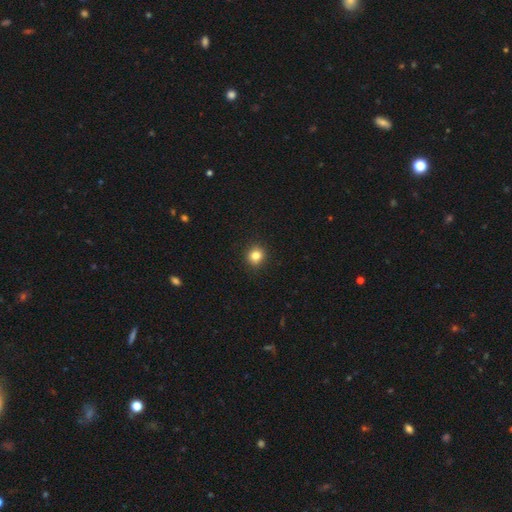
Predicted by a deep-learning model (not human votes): Morphology: type=smooth (83%); roundness=round (87%); merging=none (91%).